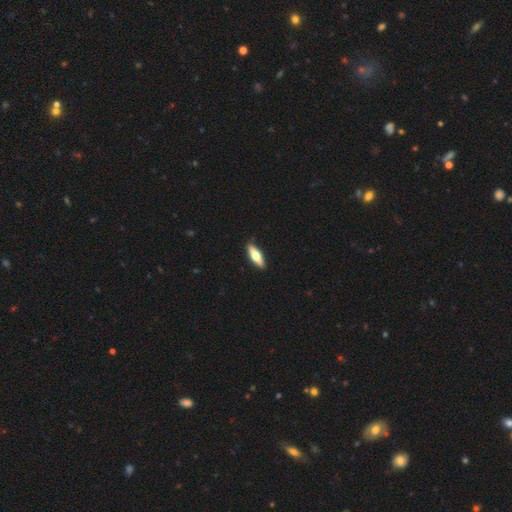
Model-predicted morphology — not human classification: A smooth galaxy with no disk features (57%) that is cigar-shaped (54%). Merging: none (90%).